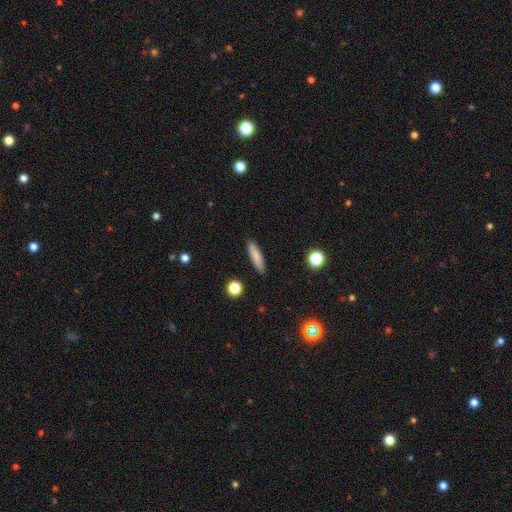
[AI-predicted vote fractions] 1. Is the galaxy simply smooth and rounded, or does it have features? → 82% smooth, 10% featured or disk, 7% star or artifact.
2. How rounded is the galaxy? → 82% cigar-shaped, 17% in between, 2% round.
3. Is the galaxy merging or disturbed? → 89% none, 7% minor disturbance, 2% major disturbance, 1% merger.